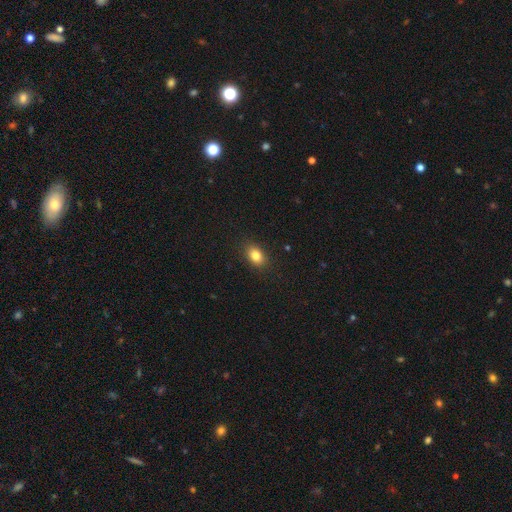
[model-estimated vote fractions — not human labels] The model was most divided on "how rounded": in between: 75%, round: 23%, cigar-shaped: 2%. More confident: merging — none (88%); smooth or featured — smooth (83%).